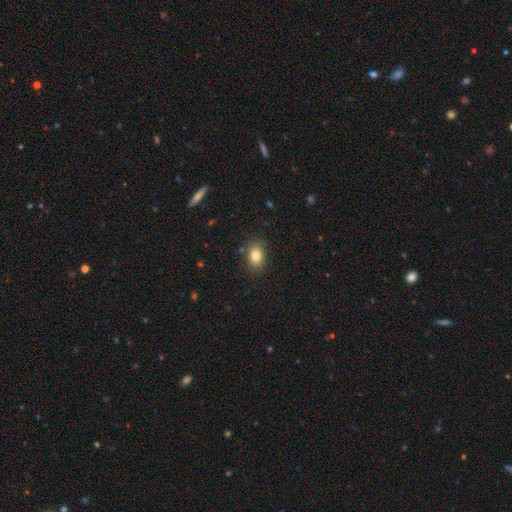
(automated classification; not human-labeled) The model was most divided on "how rounded": in between: 77%, round: 21%, cigar-shaped: 1%. More confident: merging — none (84%); smooth or featured — smooth (83%).